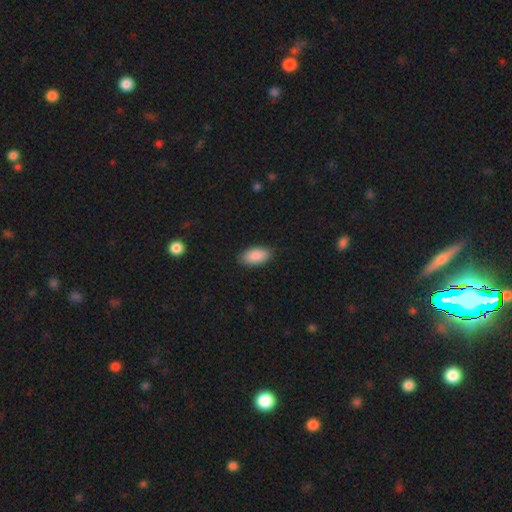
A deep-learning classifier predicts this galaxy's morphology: Smooth or featured? smooth (90%)
How rounded? in between (94%)
Merging? none (87%)